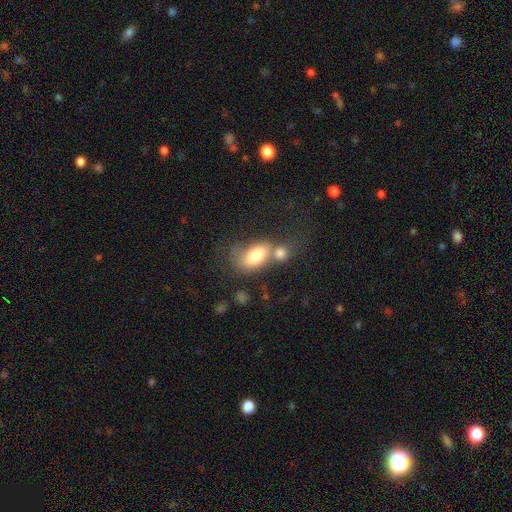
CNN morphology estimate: This appears to be a smooth galaxy with no disk features (74%) that is in between round and cigar-shaped (87%). Merging: merger (50%).